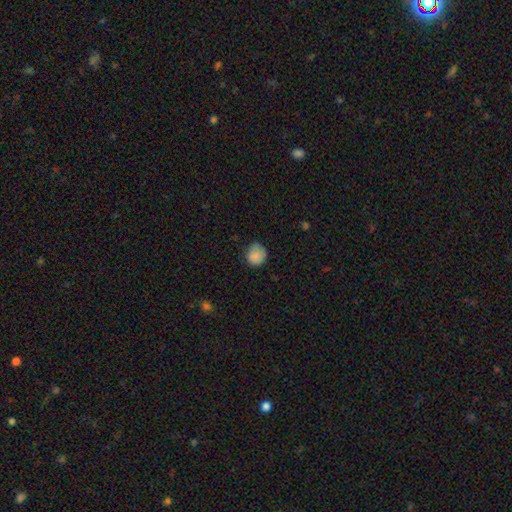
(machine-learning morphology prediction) The model was most divided on "merging": none: 65%, minor disturbance: 28%, major disturbance: 5%, merger: 1%. More confident: smooth or featured — smooth (85%); how rounded — round (82%).